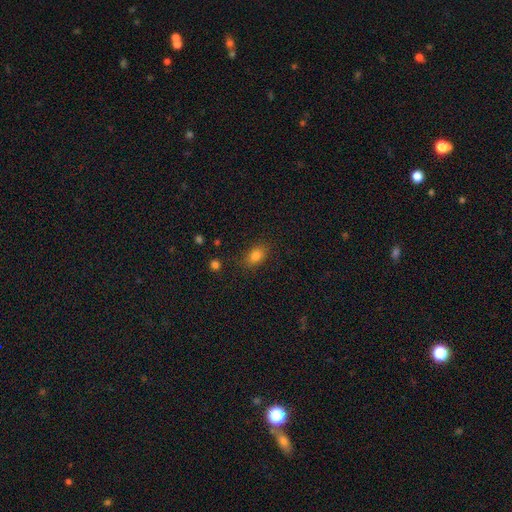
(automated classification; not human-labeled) This is clearly a smooth galaxy (81%). How rounded: clearly in between (80%). Merging: clearly none (83%).